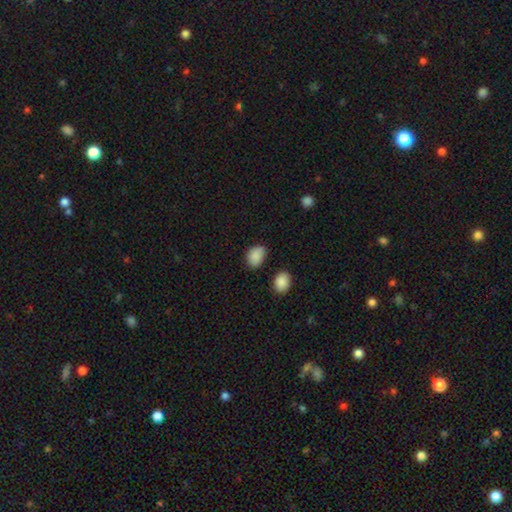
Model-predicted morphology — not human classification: Smooth or featured? smooth (87%)
How rounded? in between (75%)
Merging? none (64%)